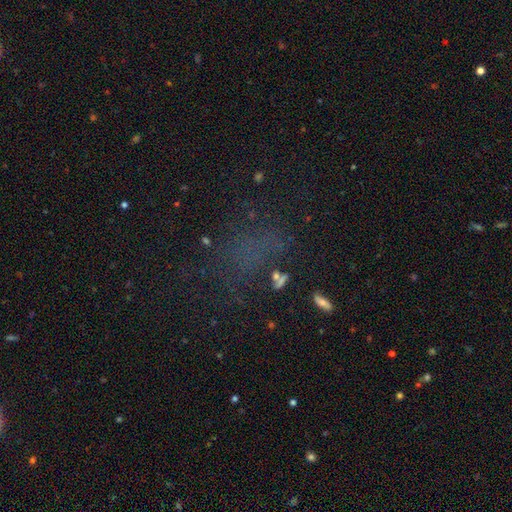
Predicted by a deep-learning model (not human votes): A star or artifact, not a galaxy (49%).